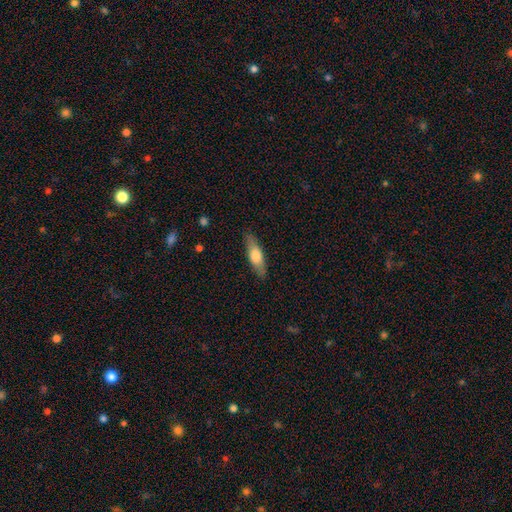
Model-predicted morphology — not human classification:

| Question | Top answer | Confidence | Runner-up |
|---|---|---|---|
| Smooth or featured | smooth | 63% | featured or disk (31%) |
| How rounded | cigar-shaped | 51% | in between (47%) |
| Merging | none | 85% | minor disturbance (11%) |